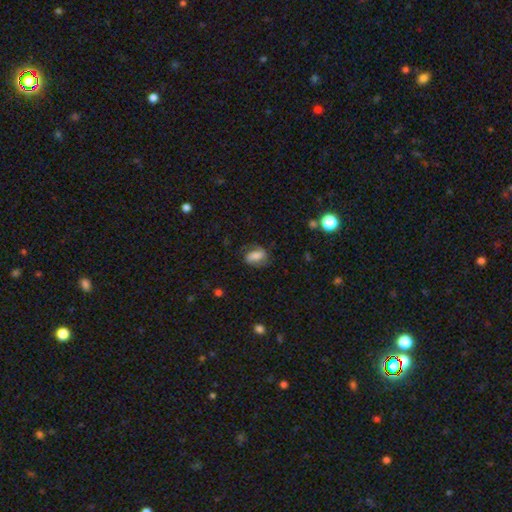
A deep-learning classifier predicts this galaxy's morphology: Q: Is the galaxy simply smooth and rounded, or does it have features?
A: featured or disk — 46%.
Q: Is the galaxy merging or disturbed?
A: none — 66%.